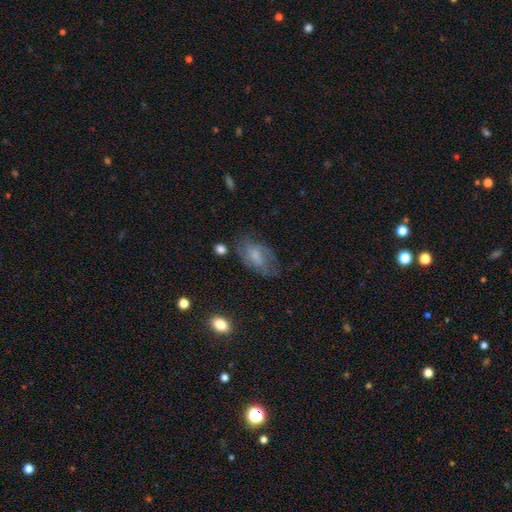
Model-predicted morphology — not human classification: Smooth or featured?
  - featured or disk: 46% *
  - smooth: 44%
  - star or artifact: 10%
Merging?
  - none: 53% *
  - minor disturbance: 26%
  - major disturbance: 18%
  - merger: 3%